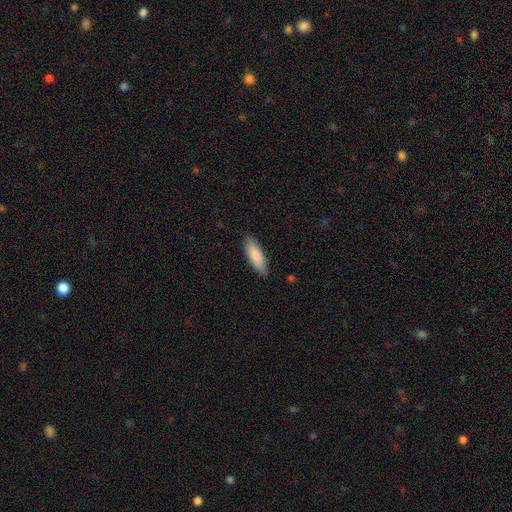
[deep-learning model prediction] Morphology: type=smooth (82%); roundness=in between (54%); merging=none (86%).